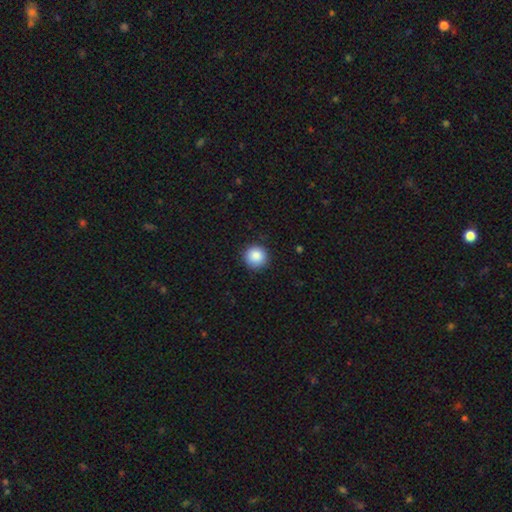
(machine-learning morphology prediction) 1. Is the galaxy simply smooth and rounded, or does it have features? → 88% smooth, 9% star or artifact, 3% featured or disk.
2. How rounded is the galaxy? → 95% round, 4% in between, 1% cigar-shaped.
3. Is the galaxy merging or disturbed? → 91% none, 6% minor disturbance, 2% major disturbance, 1% merger.